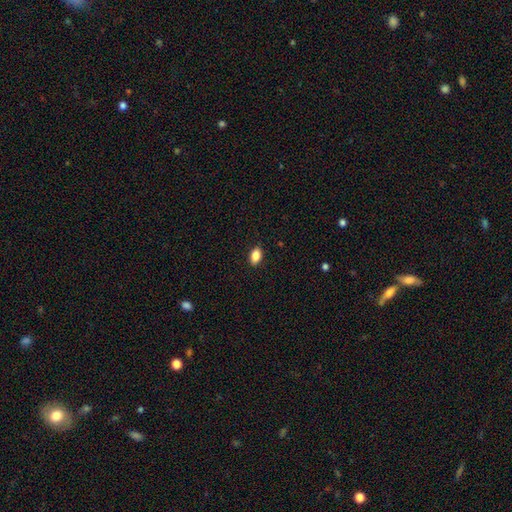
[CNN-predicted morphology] smooth 86%, star or artifact 8%, featured or disk 5%. Down the decision tree: how rounded — in between (89%); merging — none (89%).